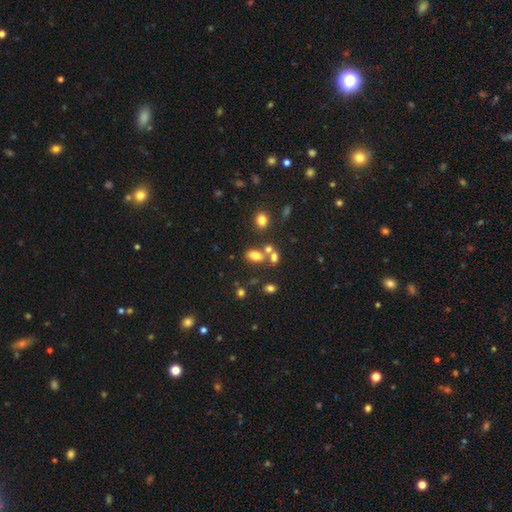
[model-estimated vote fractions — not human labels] Smooth or featured? Predicted: smooth (p=0.72). How rounded? Predicted: in between (p=0.82). Merging? Predicted: none (p=0.52).